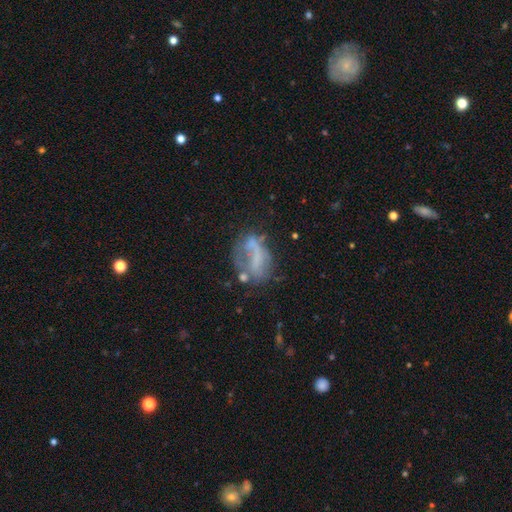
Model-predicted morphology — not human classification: The model was most divided on "merging": none: 36%, major disturbance: 29%, minor disturbance: 23%, merger: 11%. More confident: edge-on disk — no (94%); smooth or featured — featured or disk (52%).